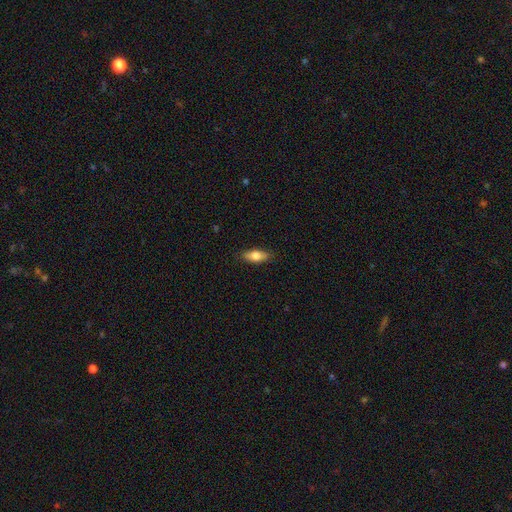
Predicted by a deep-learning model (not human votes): This appears to be a smooth galaxy with no disk features (72%) that is in between round and cigar-shaped (76%). Merging: none (85%).